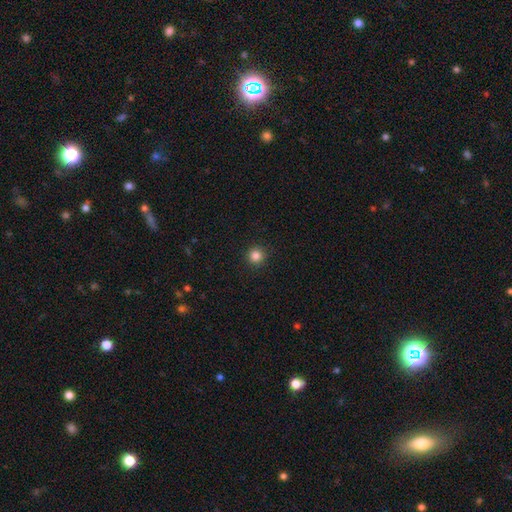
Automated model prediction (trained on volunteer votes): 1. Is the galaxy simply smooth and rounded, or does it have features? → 84% smooth, 12% star or artifact, 4% featured or disk.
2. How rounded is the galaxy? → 95% round, 4% in between, 1% cigar-shaped.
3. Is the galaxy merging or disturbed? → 92% none, 5% minor disturbance, 2% major disturbance, 1% merger.